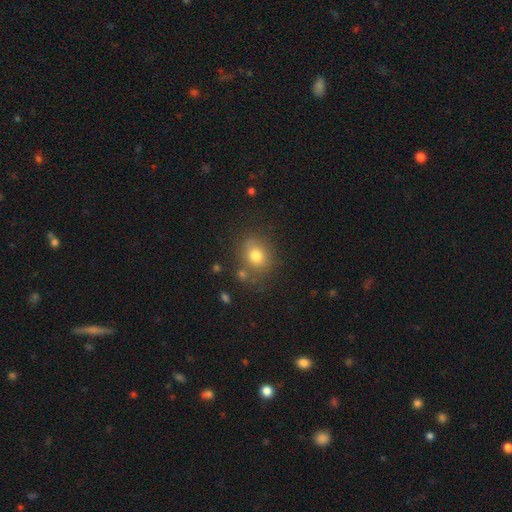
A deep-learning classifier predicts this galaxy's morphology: This appears to be a smooth galaxy with no disk features (76%) that is round (65%). Merging: none (70%).